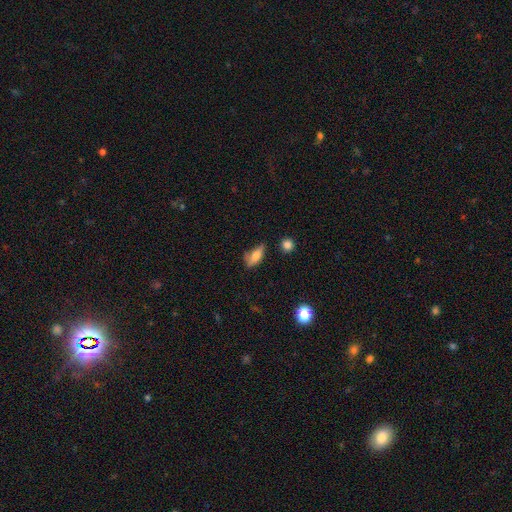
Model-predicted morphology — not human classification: The model was most divided on "merging": none: 47%, minor disturbance: 35%, major disturbance: 13%, merger: 5%. More confident: how rounded — in between (72%); smooth or featured — smooth (70%).